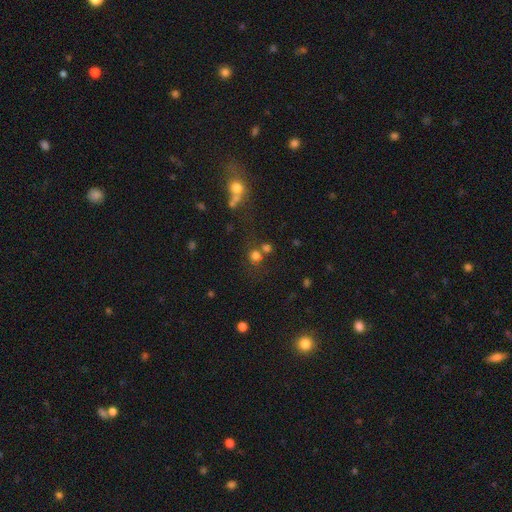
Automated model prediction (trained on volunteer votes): This appears to be a smooth galaxy with no disk features (70%) that is round (88%). Merging: none (62%).